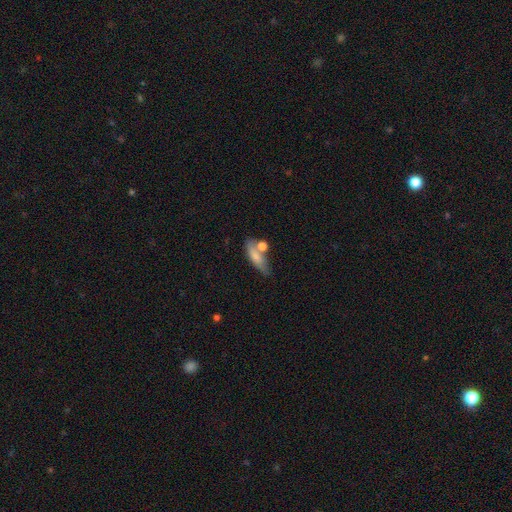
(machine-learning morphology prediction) A smooth galaxy with no disk features (73%) that is in between round and cigar-shaped (51%). Merging: none (48%).